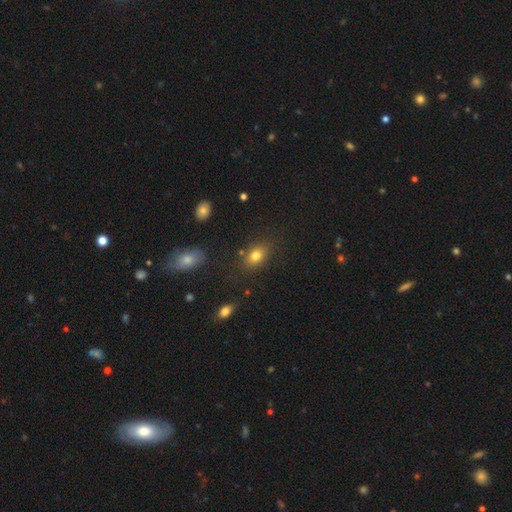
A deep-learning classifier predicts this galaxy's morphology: A smooth galaxy with no disk features (78%) that is in between round and cigar-shaped (73%).

Vote fractions:
- Smooth or featured? smooth: 78% / star or artifact: 13% / featured or disk: 9%
- How rounded? in between: 73% / round: 25% / cigar-shaped: 2%
- Merging? none: 78% / minor disturbance: 13% / merger: 5% / major disturbance: 5%